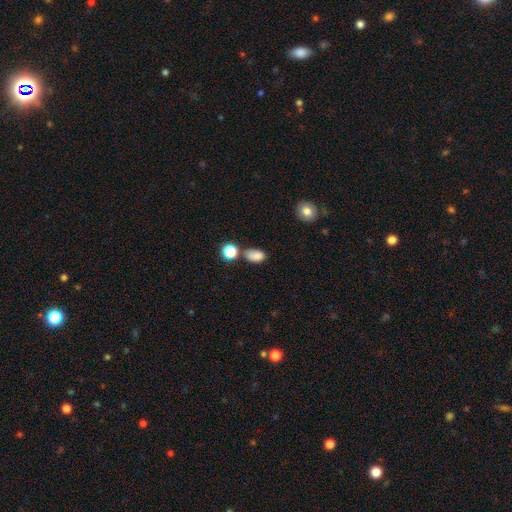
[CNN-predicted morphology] Overall: smooth (82%). How rounded: in between (83%). Merging: none (57%; minor disturbance 19%).